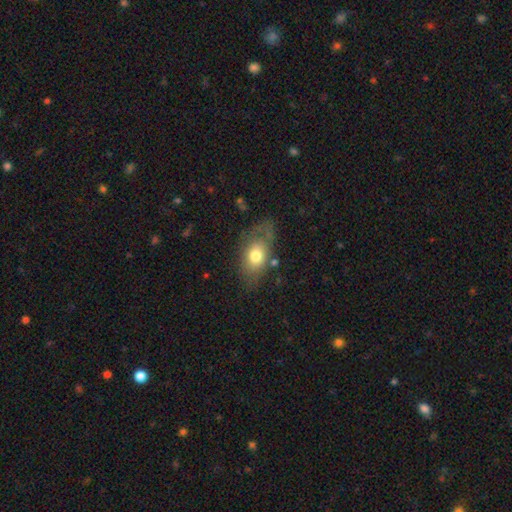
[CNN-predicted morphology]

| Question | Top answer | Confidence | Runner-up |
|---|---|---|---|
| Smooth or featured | smooth | 68% | featured or disk (24%) |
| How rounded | in between | 84% | round (13%) |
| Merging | none | 59% | minor disturbance (24%) |